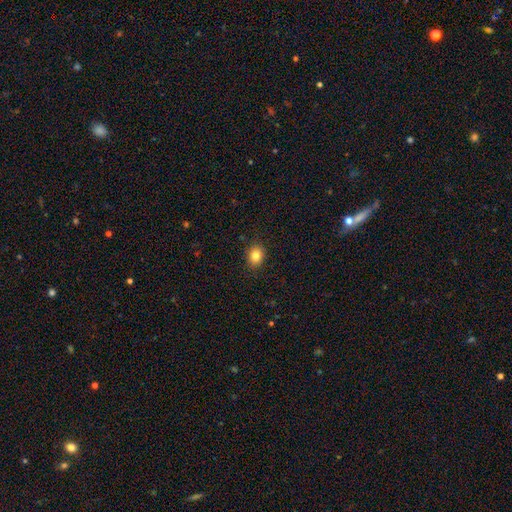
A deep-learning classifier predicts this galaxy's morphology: smooth-or-featured: smooth: 83% | star or artifact: 10% | featured or disk: 7%
  how-rounded: in between: 52% | round: 47% | cigar-shaped: 1%
  merging: none: 88% | minor disturbance: 9% | major disturbance: 2% | merger: 1%